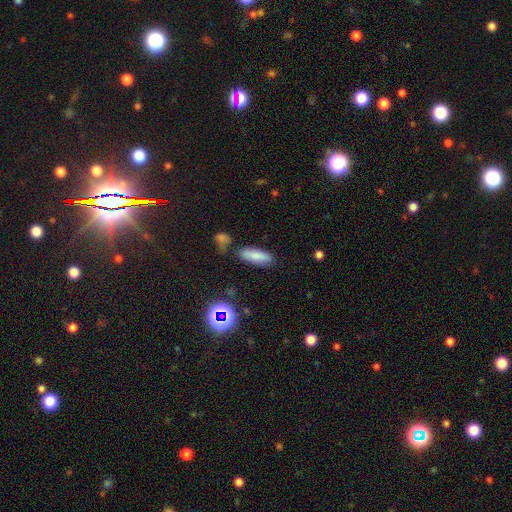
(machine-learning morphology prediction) Q: Smooth or featured?
A: smooth (81%); runner-up: star or artifact (10%)
Q: How rounded?
A: in between (63%); runner-up: cigar-shaped (34%)
Q: Merging?
A: none (75%); runner-up: minor disturbance (14%)